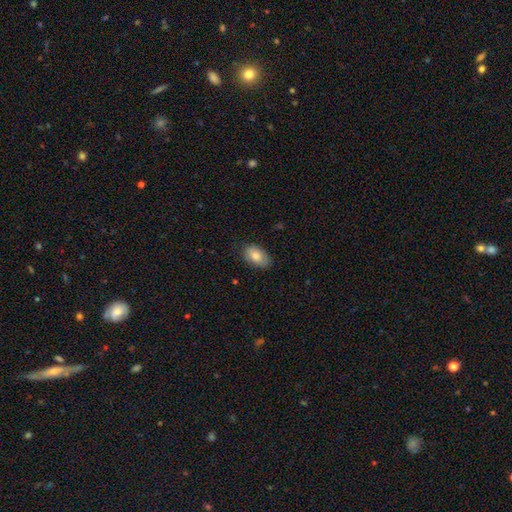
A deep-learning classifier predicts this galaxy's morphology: Smooth or featured?
  - smooth: 81% *
  - featured or disk: 13%
  - star or artifact: 6%
How rounded?
  - in between: 92% *
  - round: 6%
  - cigar-shaped: 1%
Merging?
  - none: 80% *
  - minor disturbance: 16%
  - major disturbance: 3%
  - merger: 1%